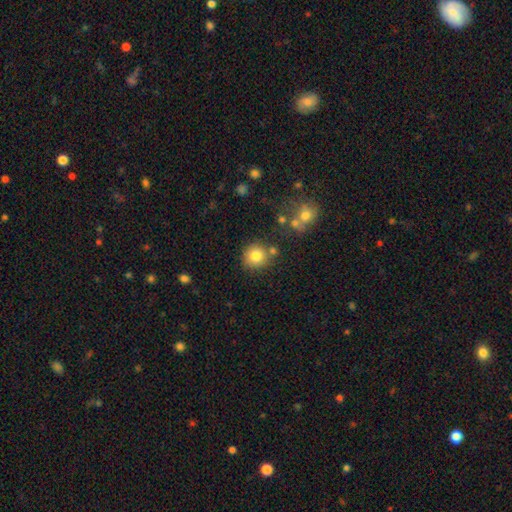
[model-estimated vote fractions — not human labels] This is clearly a smooth galaxy (81%). How rounded: clearly round (90%). Merging: likely none (75%).